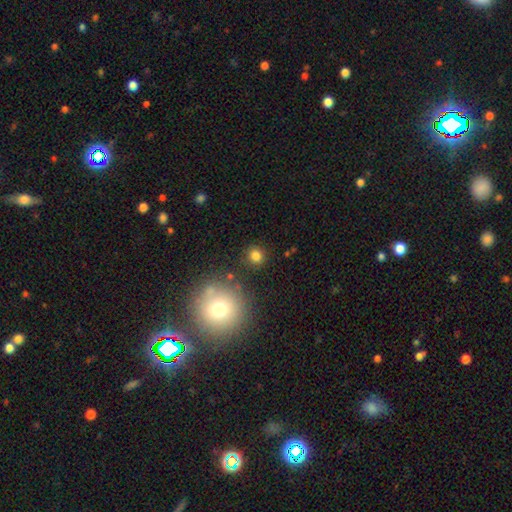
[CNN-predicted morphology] Smooth or featured?
  - smooth: 80% *
  - star or artifact: 14%
  - featured or disk: 6%
How rounded?
  - round: 89% *
  - in between: 10%
  - cigar-shaped: 1%
Merging?
  - none: 86% *
  - minor disturbance: 7%
  - merger: 4%
  - major disturbance: 3%